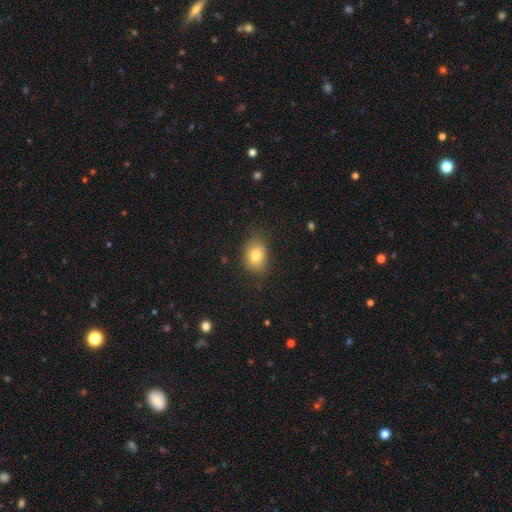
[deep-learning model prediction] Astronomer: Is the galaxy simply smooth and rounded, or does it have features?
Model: smooth — 79%.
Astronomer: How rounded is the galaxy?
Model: in between — 70%.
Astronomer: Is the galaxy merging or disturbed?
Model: none — 76%.